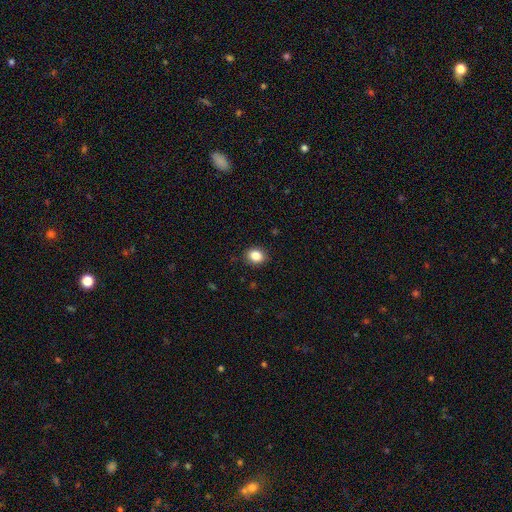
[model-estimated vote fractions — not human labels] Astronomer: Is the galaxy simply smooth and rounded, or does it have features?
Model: smooth — 85%.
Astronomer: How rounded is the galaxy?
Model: round — 53% (runner-up: in between, 46%).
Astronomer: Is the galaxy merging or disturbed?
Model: none — 89%.